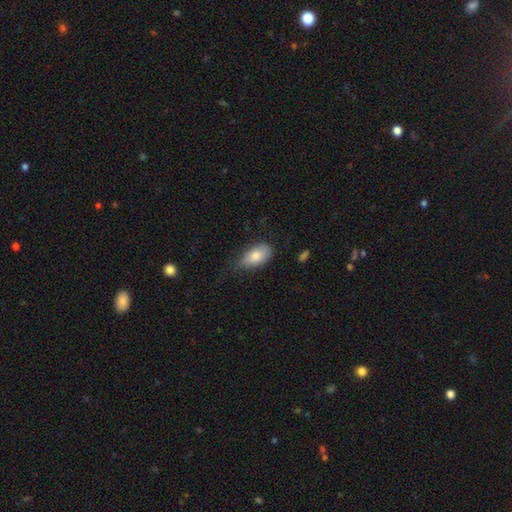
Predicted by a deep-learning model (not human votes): smooth-or-featured: smooth: 79% | featured or disk: 14% | star or artifact: 7%
  how-rounded: in between: 92% | round: 4% | cigar-shaped: 4%
  merging: none: 58% | minor disturbance: 32% | major disturbance: 8% | merger: 2%